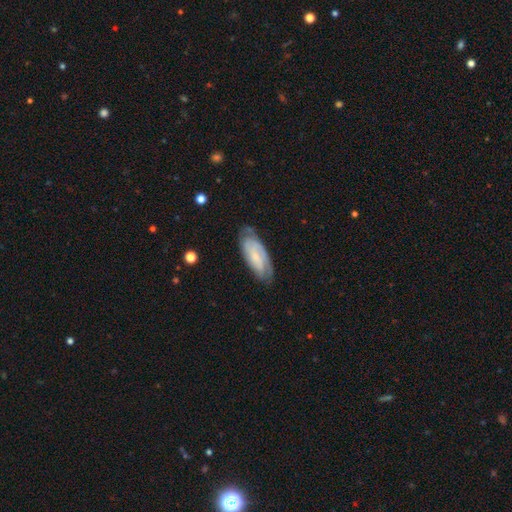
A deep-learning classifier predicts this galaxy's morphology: Smooth or featured? featured or disk (62%)
Edge-on disk? no (89%)
Bar? no (51%)
Spiral arms? yes (88%)
Bulge size? small (61%)
Merging? none (68%)